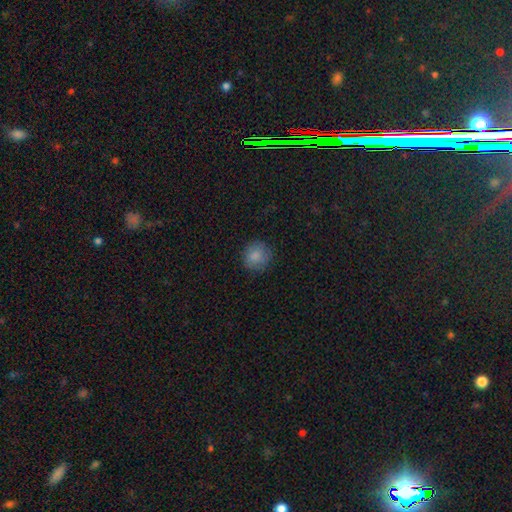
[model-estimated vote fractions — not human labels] The model was most divided on "merging": none: 84%, minor disturbance: 12%, major disturbance: 3%, merger: 1%. More confident: how rounded — round (89%); smooth or featured — smooth (85%).